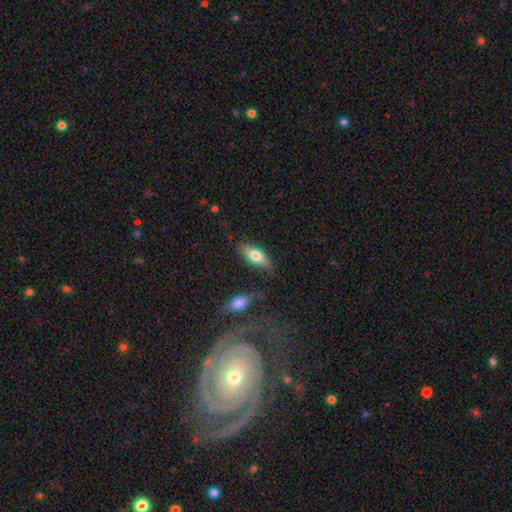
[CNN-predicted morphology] Smooth or featured? Predicted: smooth (p=0.68). How rounded? Predicted: in between (p=0.70). Merging? Predicted: none (p=0.81).